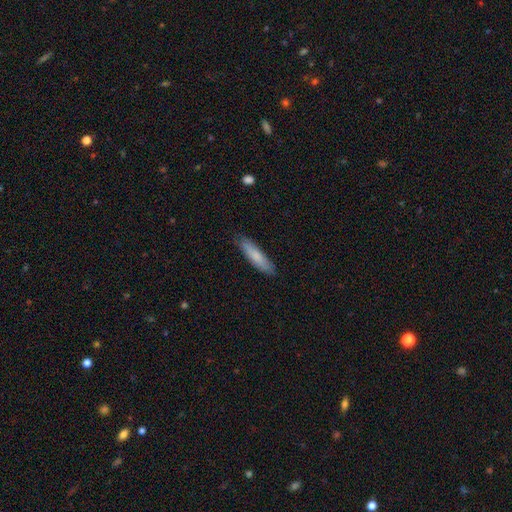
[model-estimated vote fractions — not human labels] smooth_or_featured: smooth (p=0.77) [alt: featured or disk p=0.18]
how_rounded: cigar-shaped (p=0.81) [alt: in between p=0.18]
merging: none (p=0.85) [alt: minor disturbance p=0.12]